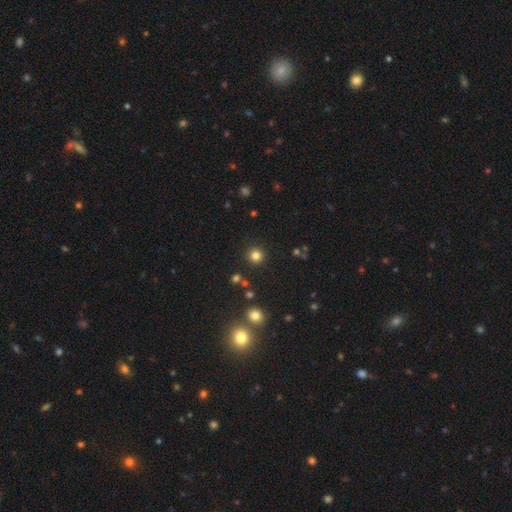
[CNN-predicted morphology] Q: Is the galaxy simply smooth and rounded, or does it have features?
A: smooth — 81%.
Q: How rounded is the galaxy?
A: round — 95%.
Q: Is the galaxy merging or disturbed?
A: none — 90%.